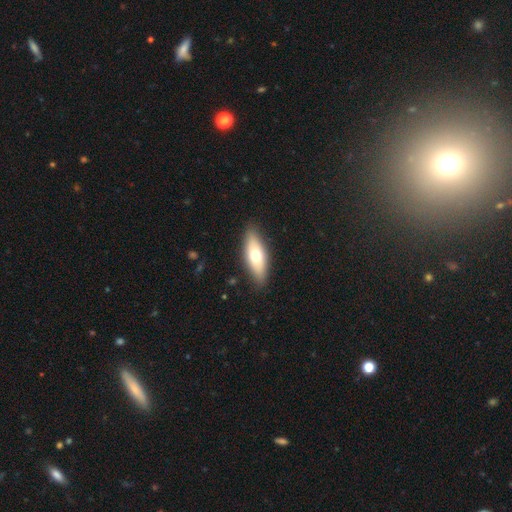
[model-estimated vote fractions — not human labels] Morphology: type=smooth (63%); roundness=in between (67%); merging=none (86%).